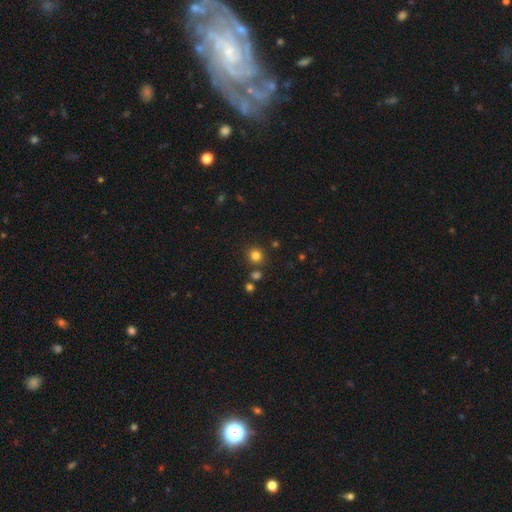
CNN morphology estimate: The model was most divided on "smooth or featured": smooth: 80%, star or artifact: 15%, featured or disk: 5%. More confident: how rounded — round (91%); merging — none (83%).